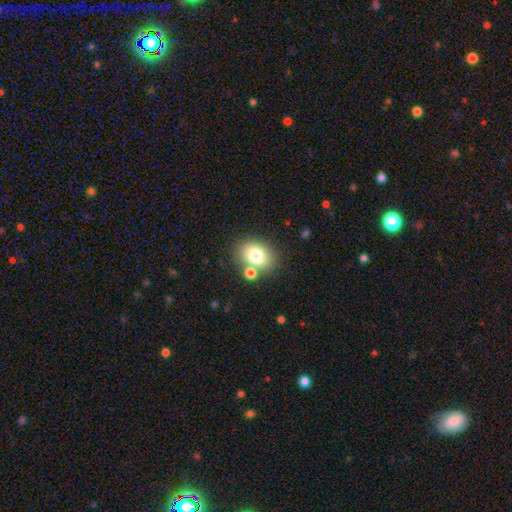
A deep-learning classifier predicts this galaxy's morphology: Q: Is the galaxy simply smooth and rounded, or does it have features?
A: smooth — 78%.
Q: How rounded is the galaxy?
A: in between — 62%.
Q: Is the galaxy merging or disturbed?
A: none — 69%.